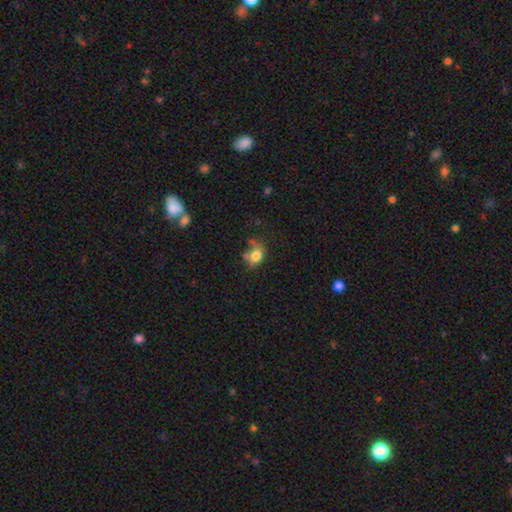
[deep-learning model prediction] Overall: smooth (78%). How rounded: in between (61%; round 37%). Merging: none (49%; minor disturbance 24%).